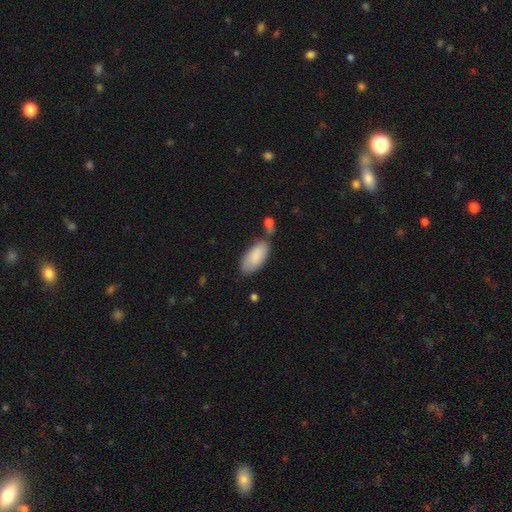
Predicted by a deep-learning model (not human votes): Smooth or featured?
  - smooth: 86% *
  - featured or disk: 8%
  - star or artifact: 6%
How rounded?
  - in between: 91% *
  - cigar-shaped: 7%
  - round: 2%
Merging?
  - none: 64% *
  - minor disturbance: 19%
  - merger: 12%
  - major disturbance: 5%